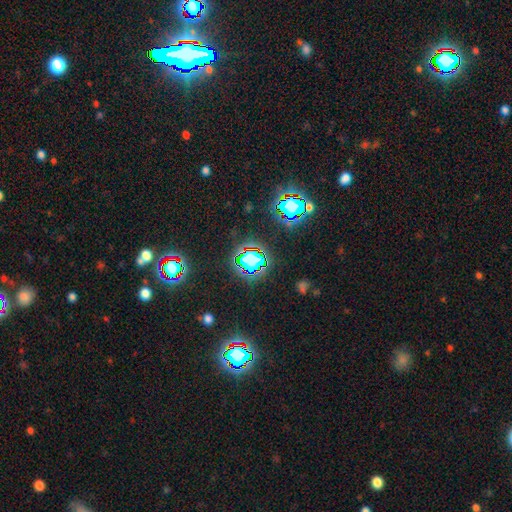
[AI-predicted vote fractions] Smooth or featured? Predicted: star or artifact (p=0.81).